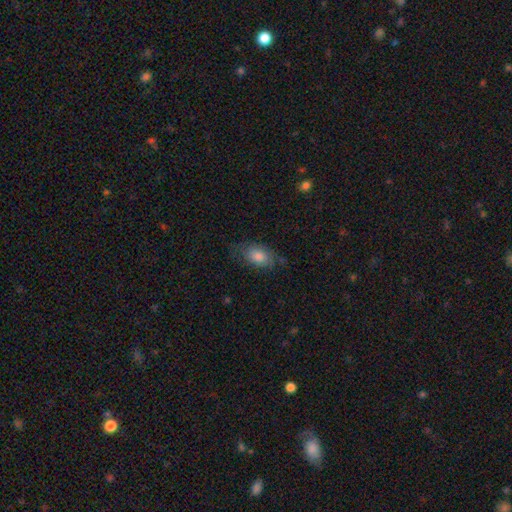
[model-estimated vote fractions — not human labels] Smooth or featured?
  - smooth: 71% *
  - featured or disk: 18%
  - star or artifact: 11%
How rounded?
  - in between: 84% *
  - round: 12%
  - cigar-shaped: 4%
Merging?
  - none: 72% *
  - minor disturbance: 20%
  - major disturbance: 6%
  - merger: 1%